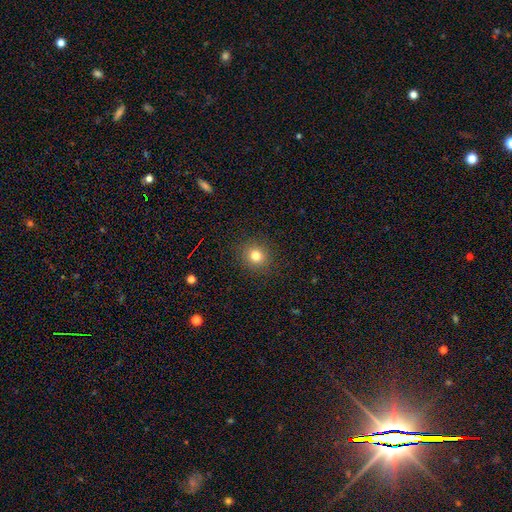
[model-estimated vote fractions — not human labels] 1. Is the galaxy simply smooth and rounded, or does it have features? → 79% smooth, 13% star or artifact, 7% featured or disk.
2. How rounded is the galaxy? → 89% round, 10% in between, 1% cigar-shaped.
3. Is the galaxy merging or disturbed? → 90% none, 6% minor disturbance, 2% major disturbance, 1% merger.